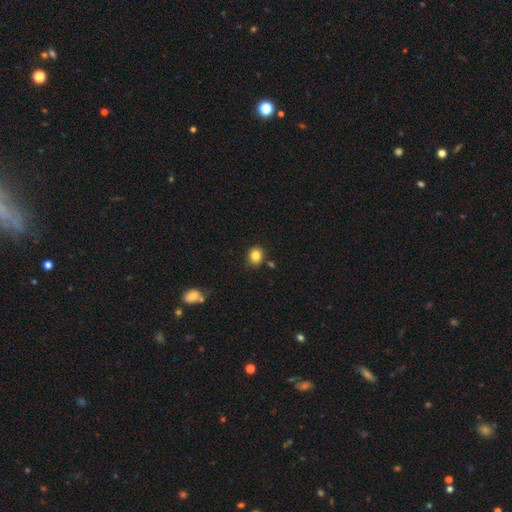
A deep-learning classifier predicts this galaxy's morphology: Overall: smooth (84%). How rounded: round (71%). Merging: none (83%).